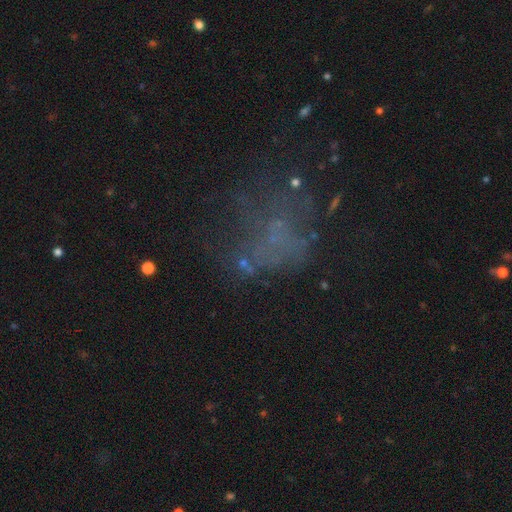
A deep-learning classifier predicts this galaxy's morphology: This appears to be a featured or disk galaxy (38%). Merging: none (47%).